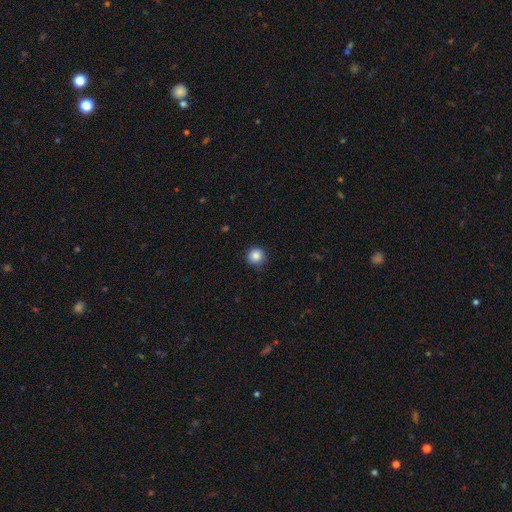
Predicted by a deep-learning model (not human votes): The model was most divided on "smooth or featured": smooth: 86%, star or artifact: 10%, featured or disk: 4%. More confident: how rounded — round (94%); merging — none (89%).